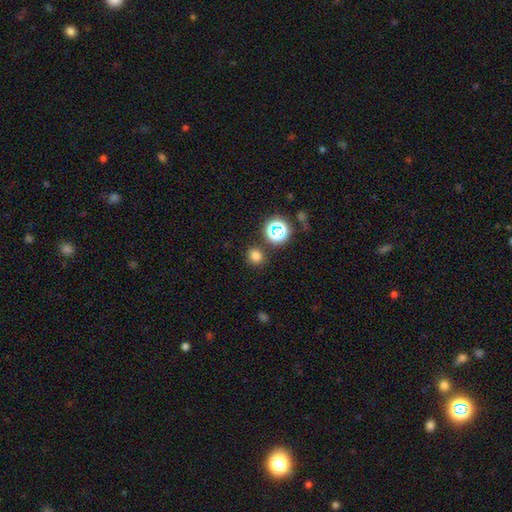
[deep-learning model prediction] Smooth or featured? smooth (75%)
How rounded? round (85%)
Merging? none (85%)